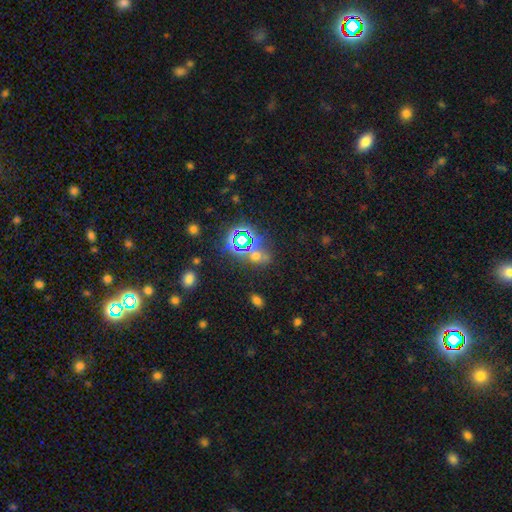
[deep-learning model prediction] Smooth or featured? Predicted: star or artifact (p=0.56).